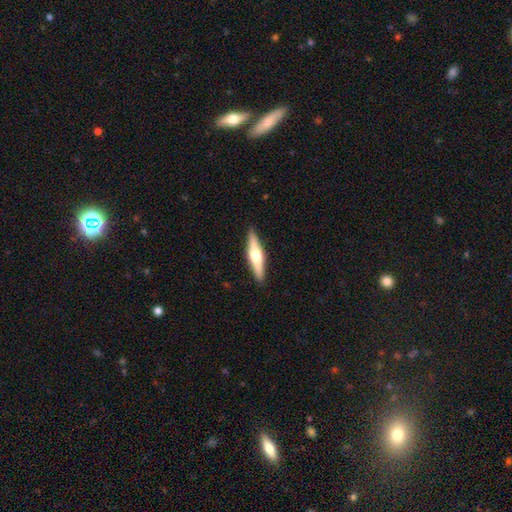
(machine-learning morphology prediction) Smooth or featured?
  - featured or disk: 61% *
  - smooth: 34%
  - star or artifact: 5%
Edge-on disk?
  - yes: 96% *
  - no: 4%
Edge-on bulge?
  - rounded: 92% *
  - boxy: 5%
  - none: 3%
Merging?
  - none: 90% *
  - minor disturbance: 7%
  - major disturbance: 1%
  - merger: 1%